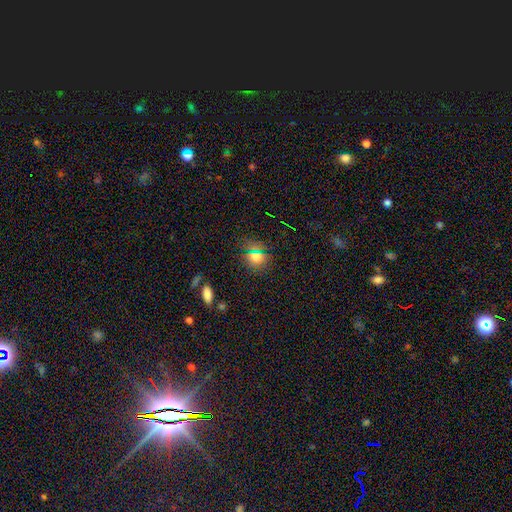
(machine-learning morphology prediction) smooth-or-featured: smooth: 65% | star or artifact: 27% | featured or disk: 8%
  how-rounded: round: 71% | in between: 26% | cigar-shaped: 3%
  merging: none: 84% | minor disturbance: 10% | major disturbance: 4% | merger: 2%